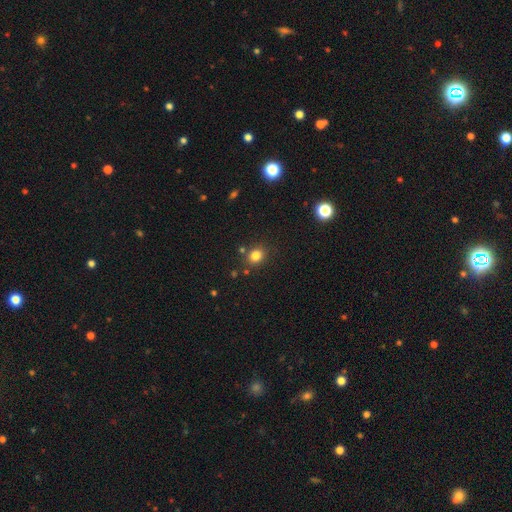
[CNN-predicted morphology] This appears to be a smooth galaxy with no disk features (81%) that is round (71%). Merging: none (81%).